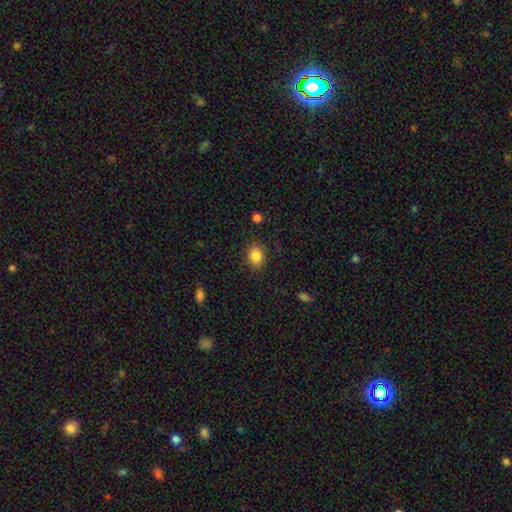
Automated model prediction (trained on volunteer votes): The model was most divided on "how rounded": round: 53%, in between: 46%, cigar-shaped: 1%. More confident: smooth or featured — smooth (85%); merging — none (82%).